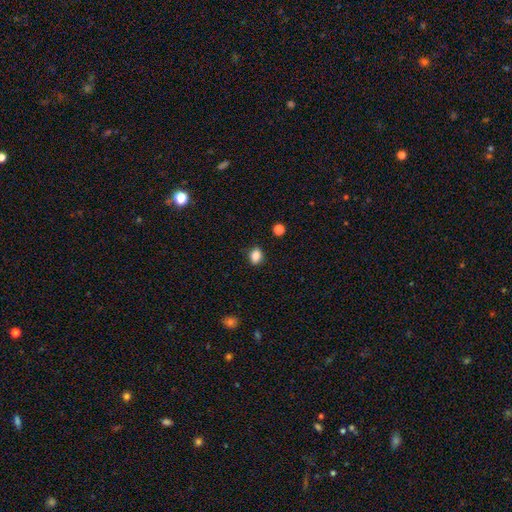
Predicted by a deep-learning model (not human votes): This is clearly a smooth galaxy (86%). How rounded: likely in between (67%). Merging: clearly none (87%).